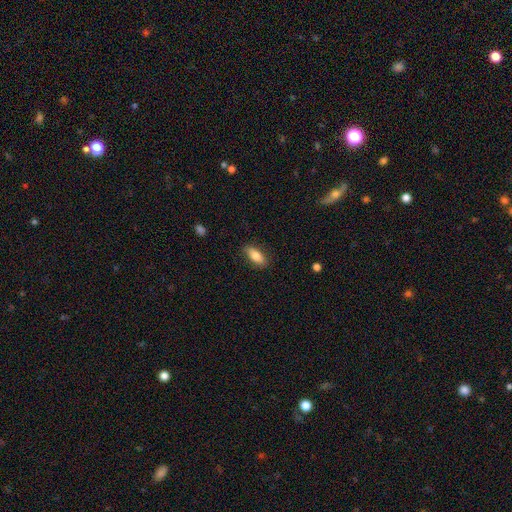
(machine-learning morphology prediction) A smooth galaxy with no disk features (78%) that is in between round and cigar-shaped (77%).

Vote fractions:
- Smooth or featured? smooth: 78% / featured or disk: 16% / star or artifact: 7%
- How rounded? in between: 77% / cigar-shaped: 20% / round: 3%
- Merging? none: 85% / minor disturbance: 11% / major disturbance: 3% / merger: 1%